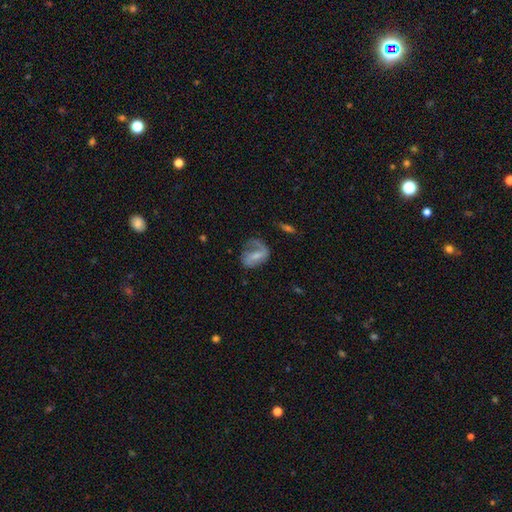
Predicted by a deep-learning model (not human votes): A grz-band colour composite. It shows a featured or disk galaxy (62%) with a weak bar (44%), spiral arms (80%) and a small central bulge (48%). Merging: none (44%).